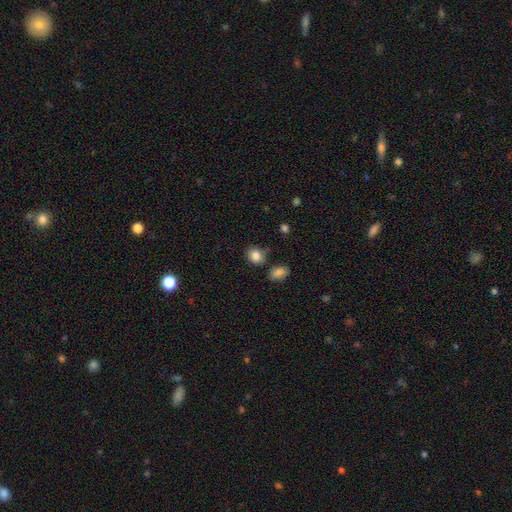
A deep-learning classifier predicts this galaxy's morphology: This is clearly a smooth galaxy (85%). How rounded: possibly round (54%). Merging: likely none (73%).